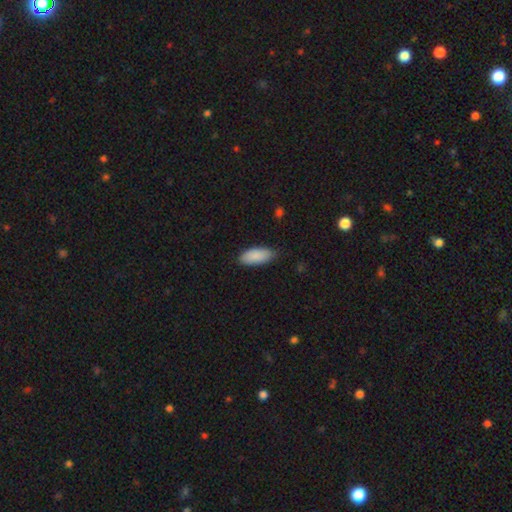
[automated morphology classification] Overall: smooth (89%). How rounded: in between (88%). Merging: none (80%).